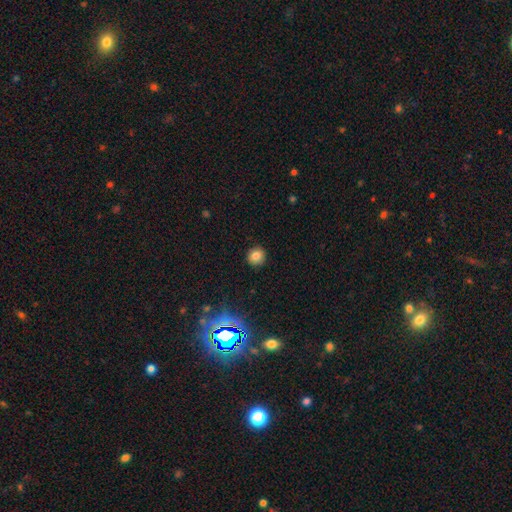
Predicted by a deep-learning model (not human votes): Smooth or featured? Predicted: smooth (p=0.80). How rounded? Predicted: round (p=0.92). Merging? Predicted: none (p=0.91).